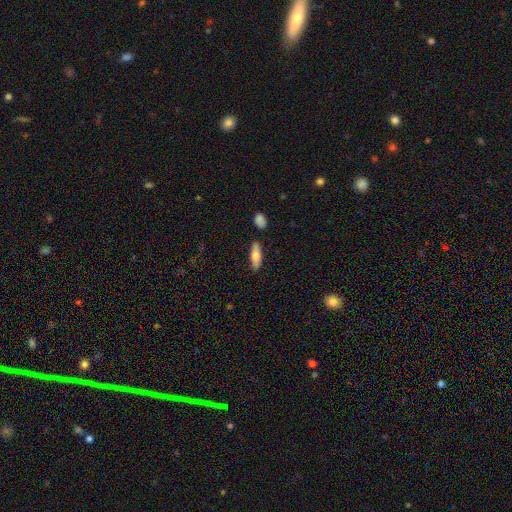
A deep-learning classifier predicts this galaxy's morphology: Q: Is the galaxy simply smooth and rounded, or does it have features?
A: smooth — 70%.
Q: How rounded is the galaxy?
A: in between — 52%.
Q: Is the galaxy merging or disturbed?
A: none — 83%.